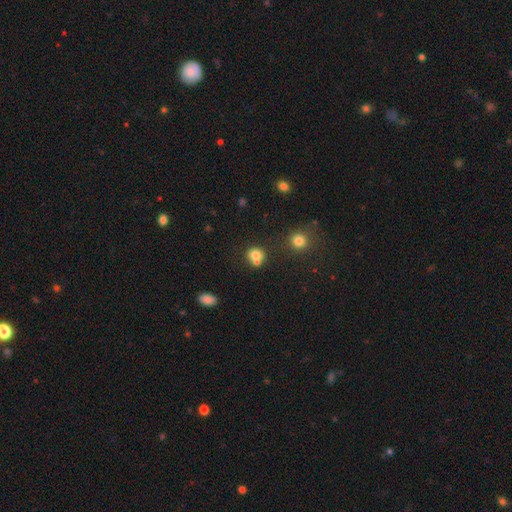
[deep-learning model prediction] smooth 77%, star or artifact 12%, featured or disk 11%. Down the decision tree: how rounded — round (80%); merging — none (48%).